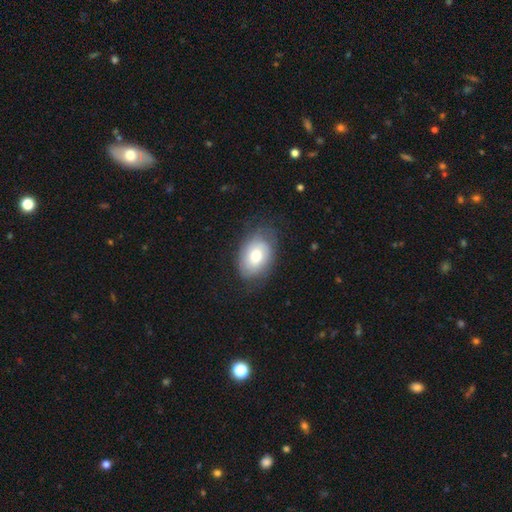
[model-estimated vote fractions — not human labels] Overall: smooth (63%; featured or disk 29%). How rounded: in between (83%). Merging: none (70%).